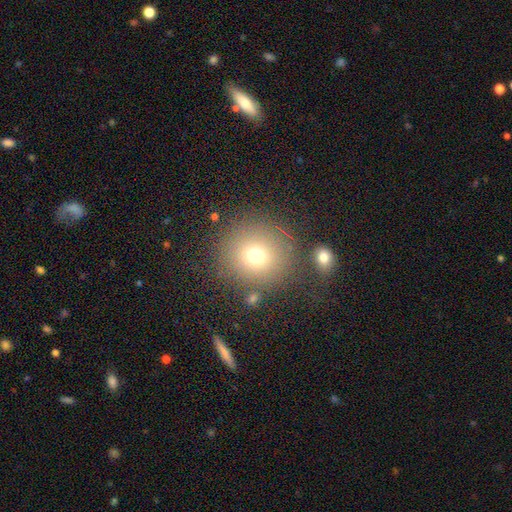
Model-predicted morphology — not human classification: This is likely a smooth galaxy (72%). How rounded: clearly round (90%). Merging: likely none (80%).